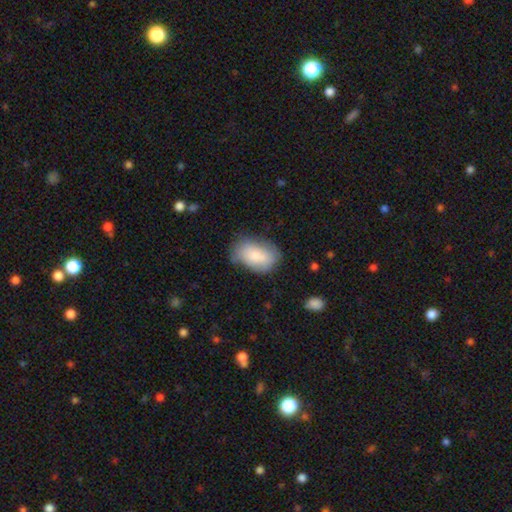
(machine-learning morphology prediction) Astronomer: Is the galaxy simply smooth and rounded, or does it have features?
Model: smooth — 78%.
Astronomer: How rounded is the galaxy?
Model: in between — 87%.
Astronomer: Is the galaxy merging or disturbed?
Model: none — 58%.